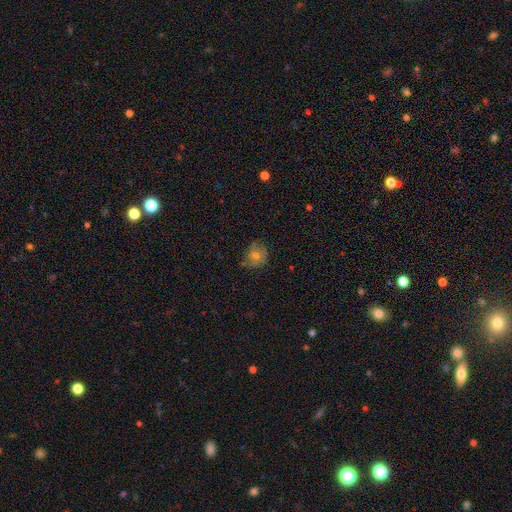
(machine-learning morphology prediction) A smooth galaxy with no disk features (59%) that is round (80%). Merging: none (73%).